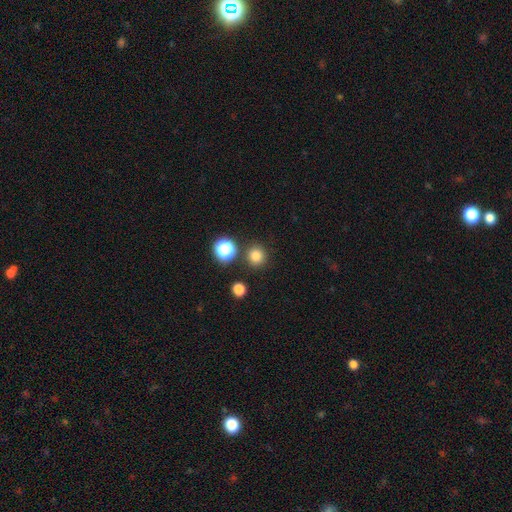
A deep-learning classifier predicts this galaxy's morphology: Q: Smooth or featured?
A: smooth (79%); runner-up: star or artifact (16%)
Q: How rounded?
A: round (93%); runner-up: in between (6%)
Q: Merging?
A: none (87%); runner-up: minor disturbance (6%)